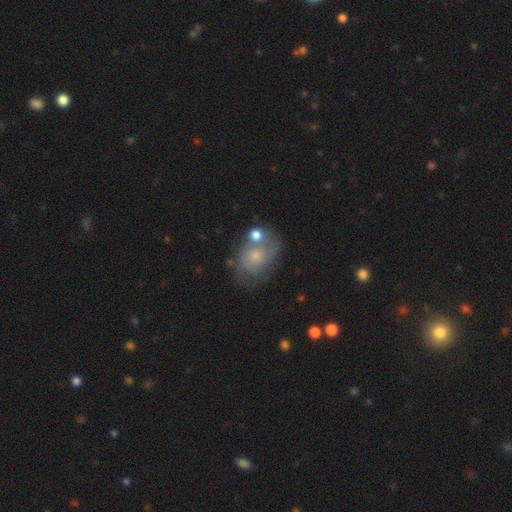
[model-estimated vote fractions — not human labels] A smooth galaxy with no disk features (50%). Merging: none (51%).